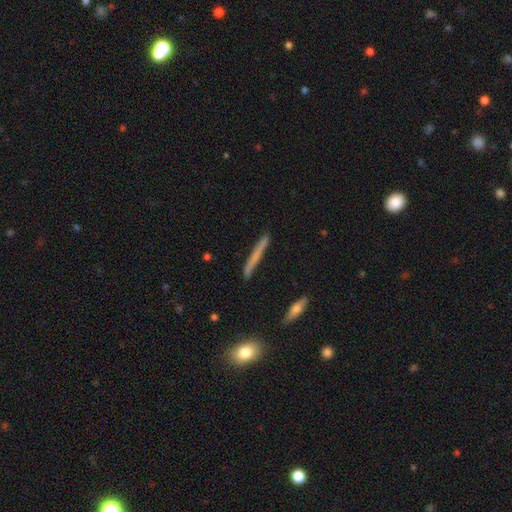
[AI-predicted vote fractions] This is possibly a smooth galaxy (58%). How rounded: clearly cigar-shaped (96%). Merging: clearly none (87%).